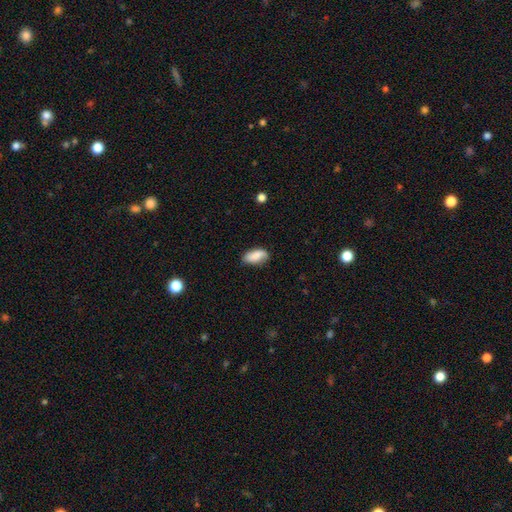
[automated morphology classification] Smooth or featured? smooth (82%)
How rounded? in between (90%)
Merging? none (72%)